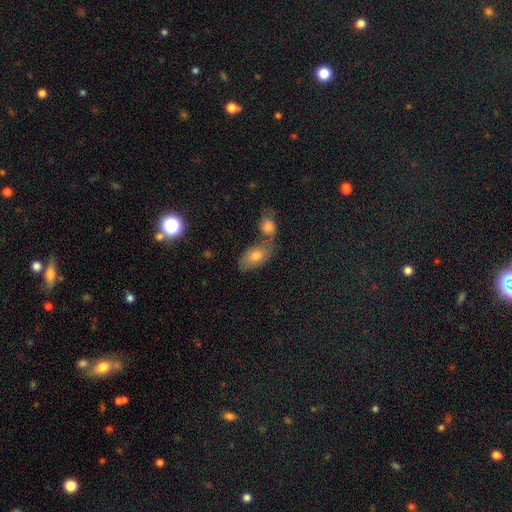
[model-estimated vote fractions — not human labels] A smooth galaxy with no disk features (69%) that is in between round and cigar-shaped (89%).

Vote fractions:
- Smooth or featured? smooth: 69% / featured or disk: 19% / star or artifact: 12%
- How rounded? in between: 89% / round: 8% / cigar-shaped: 3%
- Merging? none: 44% / merger: 38% / minor disturbance: 13% / major disturbance: 5%